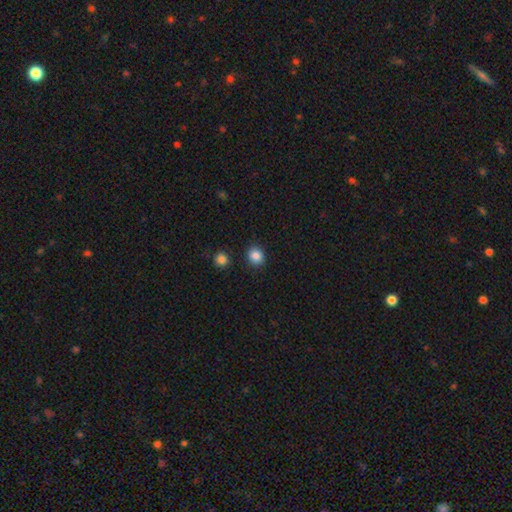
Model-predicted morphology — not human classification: This is clearly a smooth galaxy (86%). How rounded: likely round (75%). Merging: clearly none (89%).